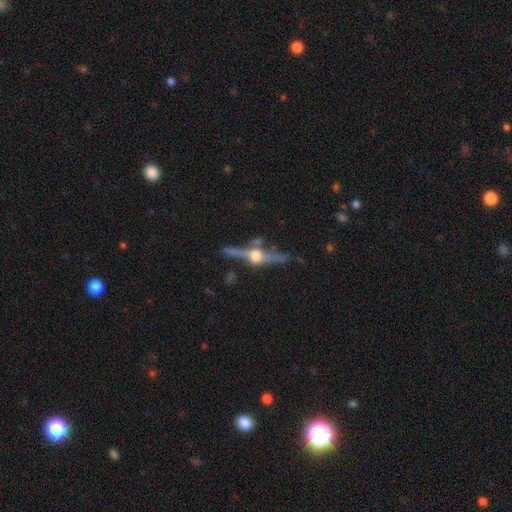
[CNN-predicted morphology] type=featured or disk (82%); edge-on=yes (96%); edge-on bulge=rounded (96%); merging=none (78%).